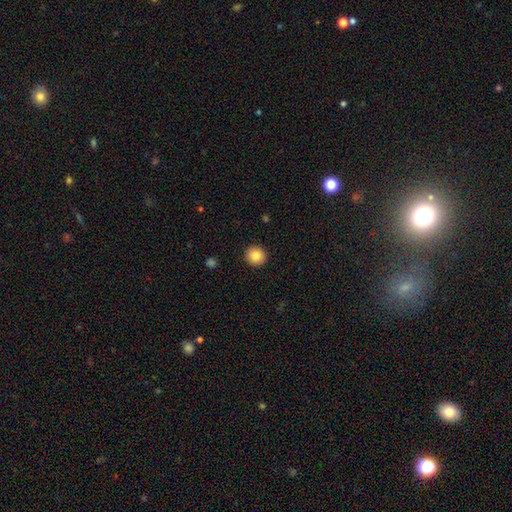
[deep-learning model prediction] The model was most divided on "smooth or featured": smooth: 84%, star or artifact: 9%, featured or disk: 7%. More confident: merging — none (92%); how rounded — round (90%).